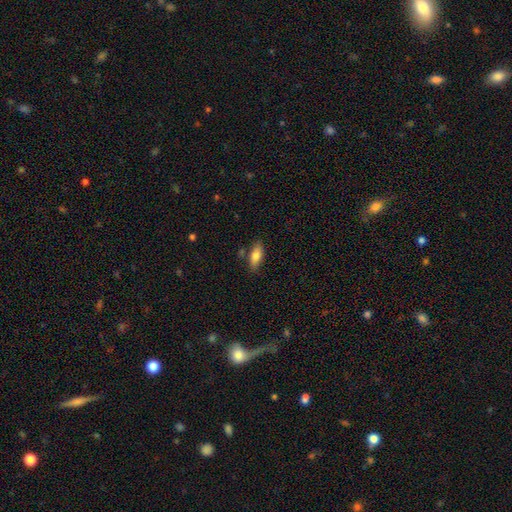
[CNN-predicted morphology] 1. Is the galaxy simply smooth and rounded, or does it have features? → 80% smooth, 13% featured or disk, 7% star or artifact.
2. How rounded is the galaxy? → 78% in between, 19% cigar-shaped, 3% round.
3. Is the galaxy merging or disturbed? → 77% none, 15% minor disturbance, 5% merger, 3% major disturbance.